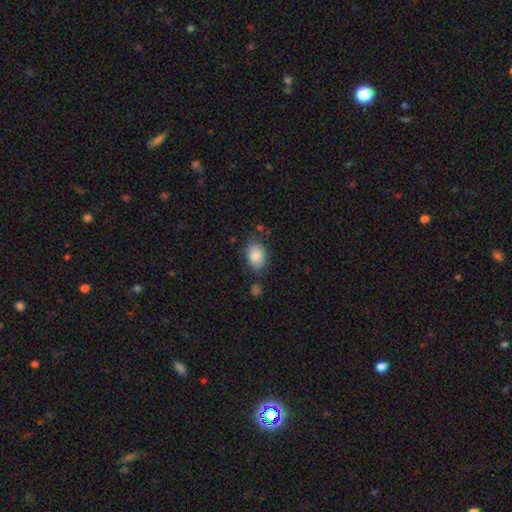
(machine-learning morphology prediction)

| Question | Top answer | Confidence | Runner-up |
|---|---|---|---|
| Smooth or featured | smooth | 85% | featured or disk (8%) |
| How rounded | in between | 85% | round (13%) |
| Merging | none | 73% | minor disturbance (18%) |